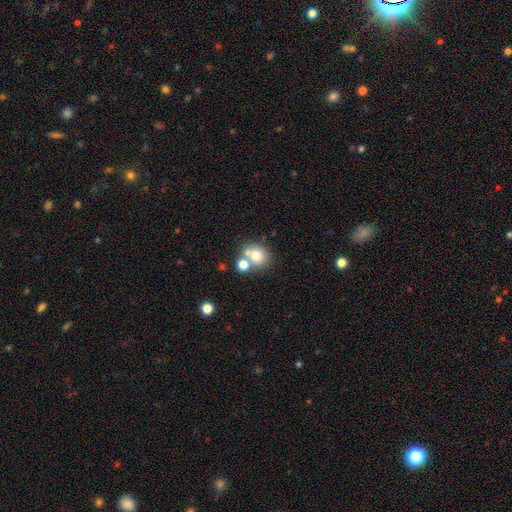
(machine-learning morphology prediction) Smooth or featured? smooth (71%)
How rounded? round (73%)
Merging? none (49%)